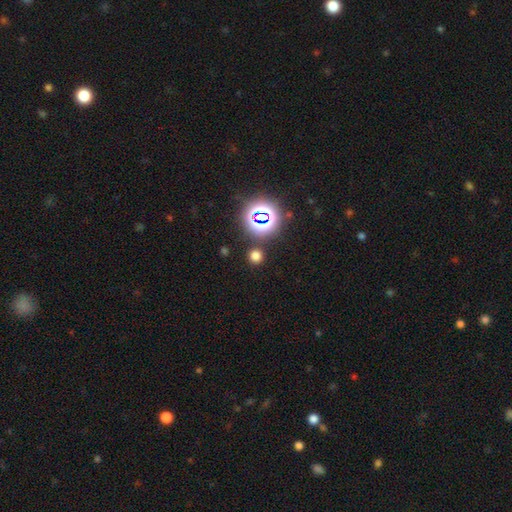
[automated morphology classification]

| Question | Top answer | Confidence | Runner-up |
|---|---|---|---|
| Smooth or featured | smooth | 67% | star or artifact (28%) |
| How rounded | round | 92% | in between (7%) |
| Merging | none | 86% | minor disturbance (6%) |